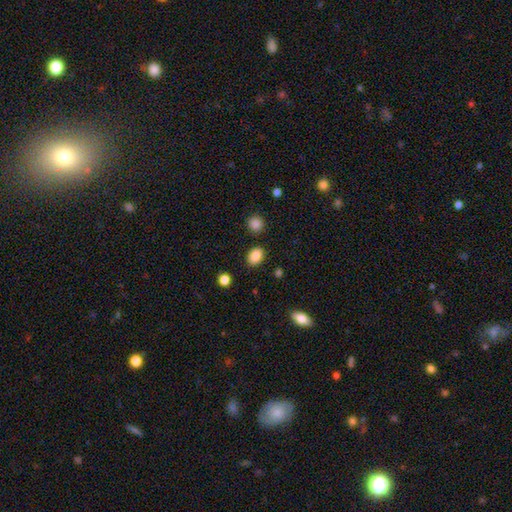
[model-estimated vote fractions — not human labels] Smooth or featured? Predicted: smooth (p=0.86). How rounded? Predicted: in between (p=0.71). Merging? Predicted: none (p=0.85).